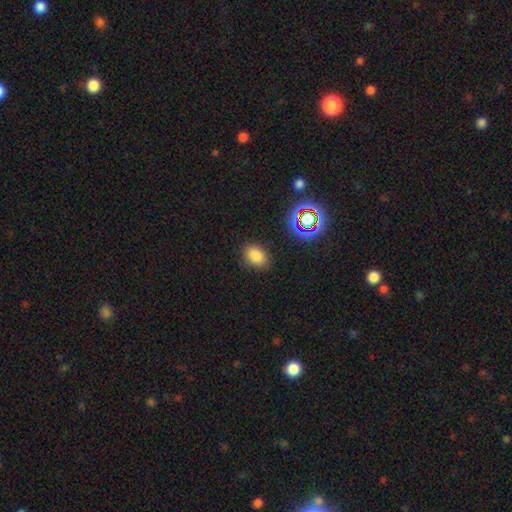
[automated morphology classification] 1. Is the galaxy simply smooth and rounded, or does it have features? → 78% smooth, 16% star or artifact, 6% featured or disk.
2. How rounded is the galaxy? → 70% in between, 29% round, 1% cigar-shaped.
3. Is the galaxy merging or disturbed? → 85% none, 10% minor disturbance, 3% major disturbance, 2% merger.